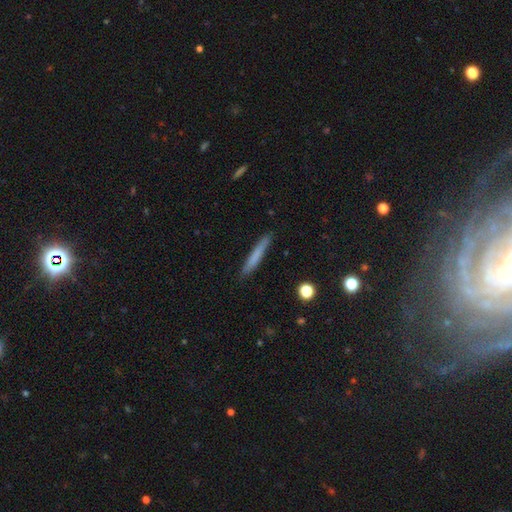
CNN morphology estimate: Smooth or featured? smooth (70%)
How rounded? cigar-shaped (96%)
Merging? none (89%)